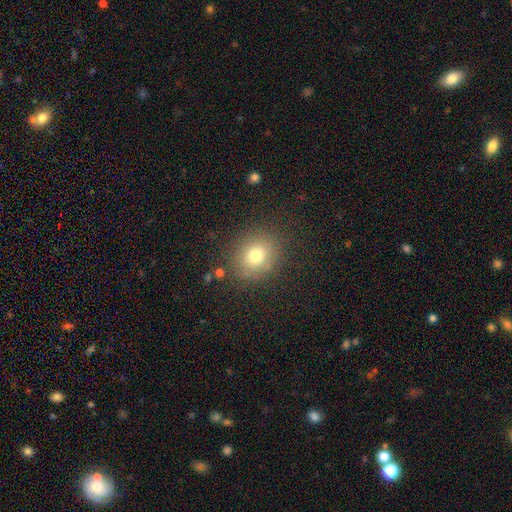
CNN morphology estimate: Overall: smooth (76%). How rounded: round (68%; in between 31%). Merging: none (83%).